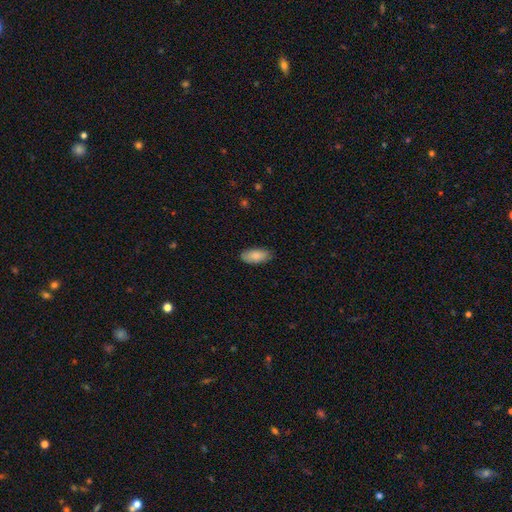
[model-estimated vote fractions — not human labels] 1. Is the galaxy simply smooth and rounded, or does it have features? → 83% smooth, 11% featured or disk, 6% star or artifact.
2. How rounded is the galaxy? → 89% in between, 9% cigar-shaped, 2% round.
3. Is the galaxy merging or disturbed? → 82% none, 15% minor disturbance, 2% major disturbance, 1% merger.